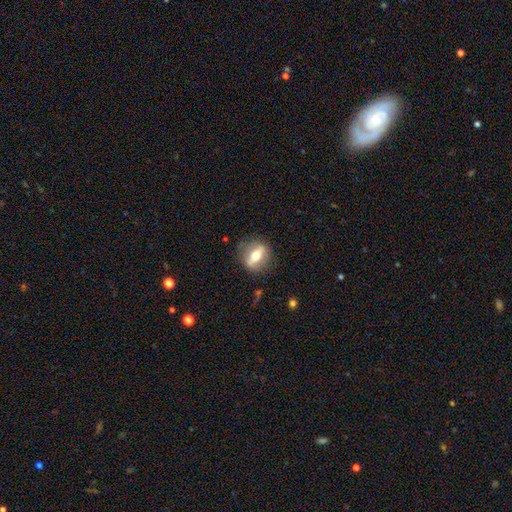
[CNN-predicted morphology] Smooth or featured? Predicted: featured or disk (p=0.53). Edge-on disk? Predicted: no (p=0.56). Merging? Predicted: none (p=0.82).